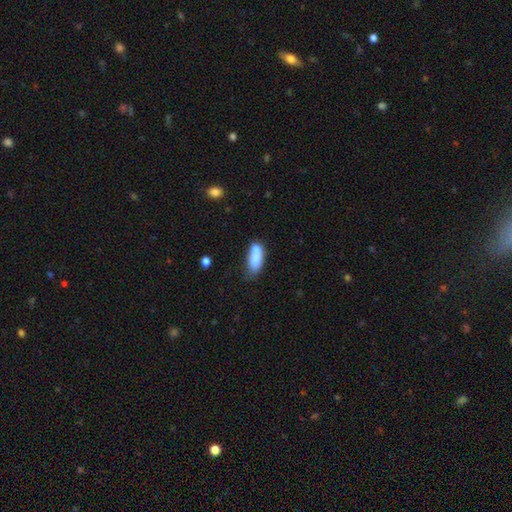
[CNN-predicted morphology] A smooth galaxy with no disk features (74%) that is in between round and cigar-shaped (72%). Merging: merger (40%).